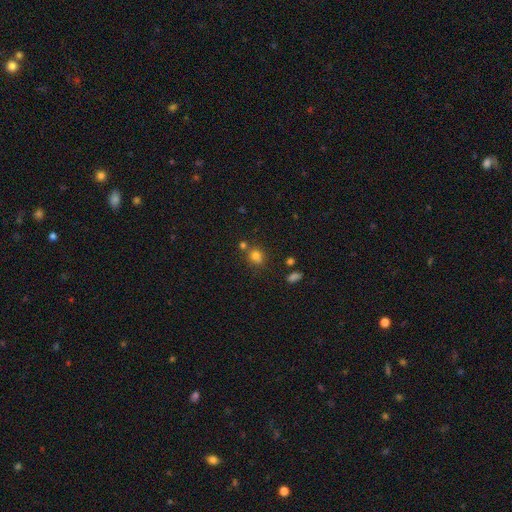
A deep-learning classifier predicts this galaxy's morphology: type=smooth (77%); roundness=round (69%); merging=none (62%).